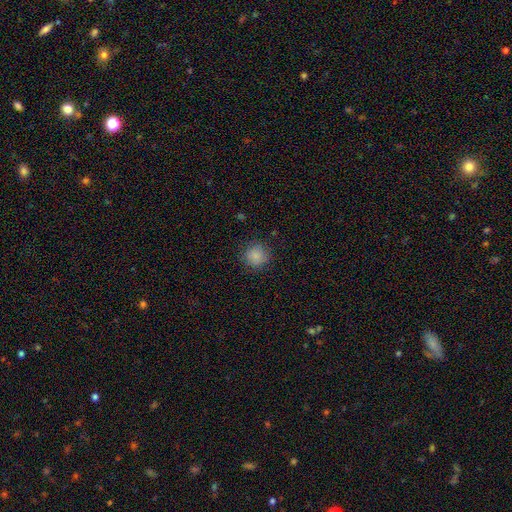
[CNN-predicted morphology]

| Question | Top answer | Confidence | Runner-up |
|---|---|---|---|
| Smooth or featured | smooth | 86% | star or artifact (10%) |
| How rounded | round | 92% | in between (7%) |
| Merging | none | 85% | minor disturbance (10%) |